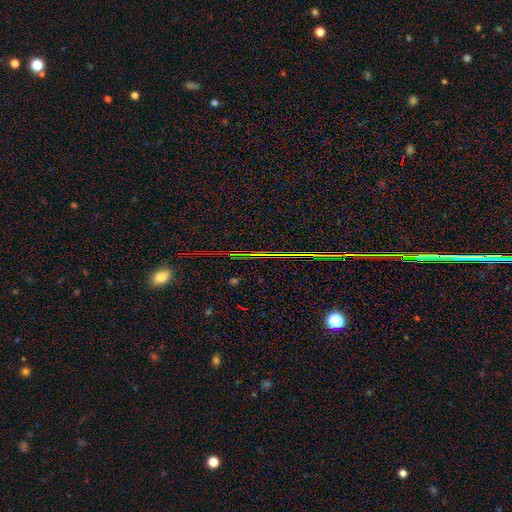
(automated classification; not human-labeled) star or artifact 80%, smooth 11%, featured or disk 9%.